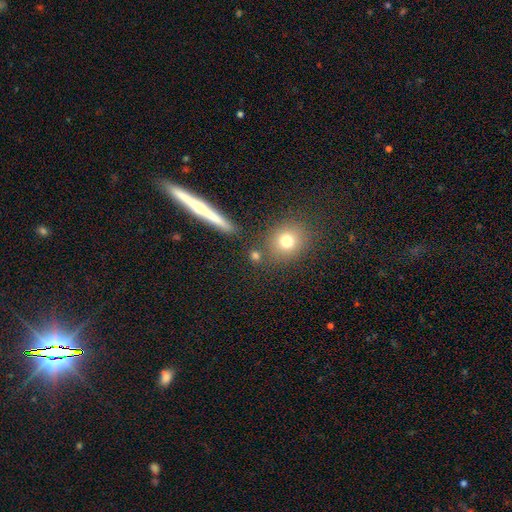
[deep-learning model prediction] Overall: smooth (74%). How rounded: round (75%). Merging: none (80%).